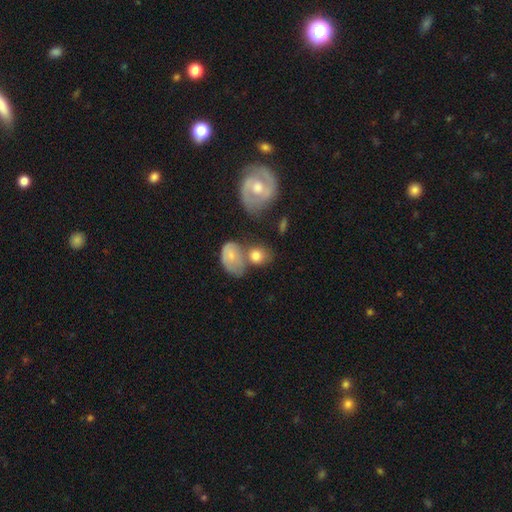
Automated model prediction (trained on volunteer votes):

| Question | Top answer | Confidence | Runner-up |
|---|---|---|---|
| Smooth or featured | smooth | 73% | featured or disk (18%) |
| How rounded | round | 58% | in between (40%) |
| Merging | none | 42% | merger (34%) |